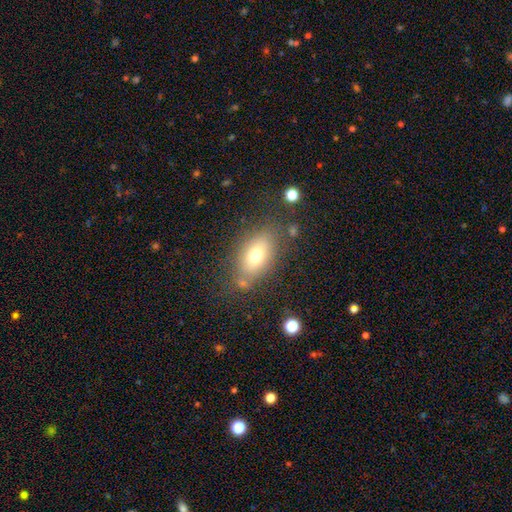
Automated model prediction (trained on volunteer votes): A smooth galaxy with no disk features (69%) that is in between round and cigar-shaped (84%).

Vote fractions:
- Smooth or featured? smooth: 69% / featured or disk: 20% / star or artifact: 10%
- How rounded? in between: 84% / round: 11% / cigar-shaped: 5%
- Merging? none: 71% / minor disturbance: 16% / merger: 6% / major disturbance: 6%